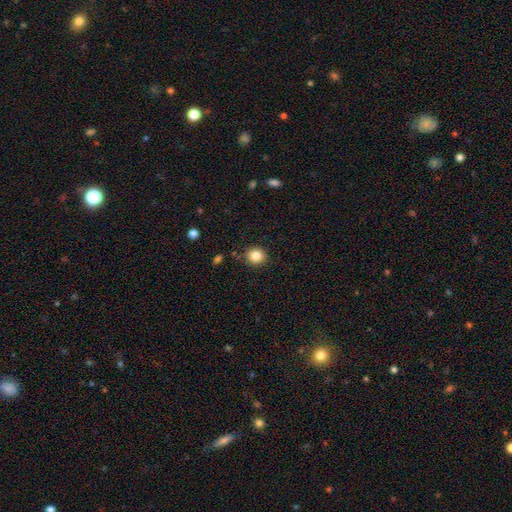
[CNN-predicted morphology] Smooth or featured? Predicted: smooth (p=0.84). How rounded? Predicted: round (p=0.81). Merging? Predicted: none (p=0.87).